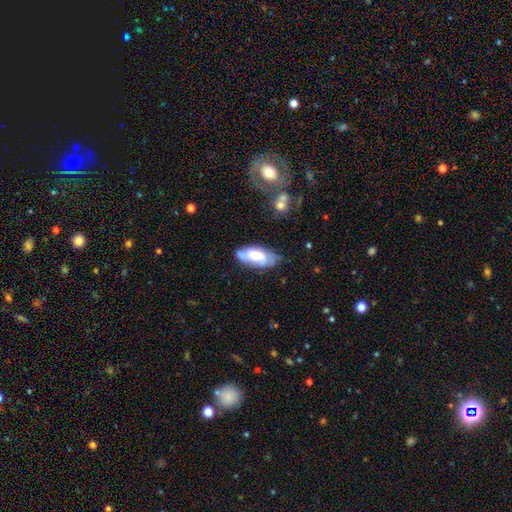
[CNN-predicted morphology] Q: Smooth or featured?
A: featured or disk (50%); runner-up: smooth (42%)
Q: Edge-on disk?
A: no (88%); runner-up: yes (12%)
Q: Merging?
A: none (58%); runner-up: minor disturbance (29%)